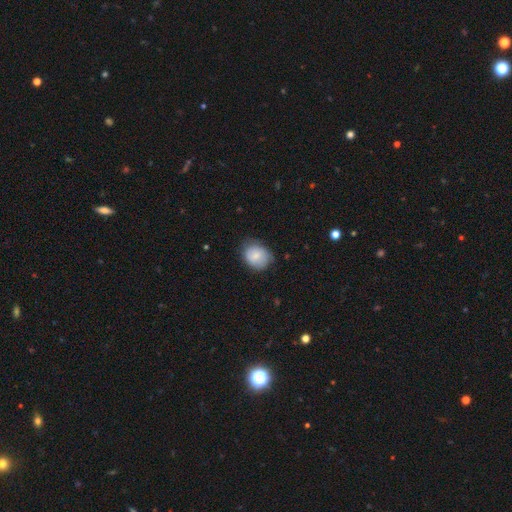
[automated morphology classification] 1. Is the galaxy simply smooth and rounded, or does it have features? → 76% smooth, 17% featured or disk, 7% star or artifact.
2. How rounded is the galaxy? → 62% round, 37% in between, 1% cigar-shaped.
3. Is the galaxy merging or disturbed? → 66% none, 26% minor disturbance, 6% major disturbance, 1% merger.